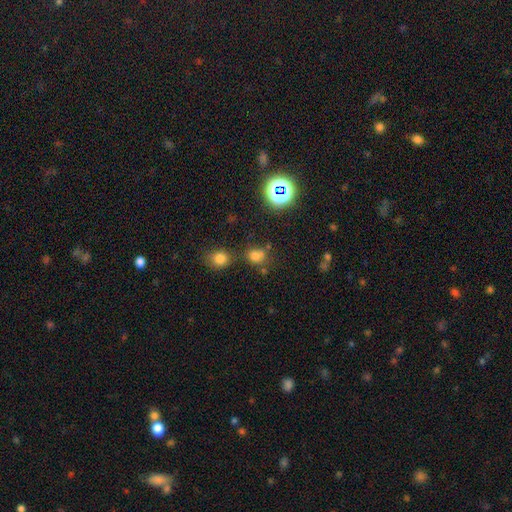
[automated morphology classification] type=smooth (66%); roundness=round (69%); merging=none (61%).